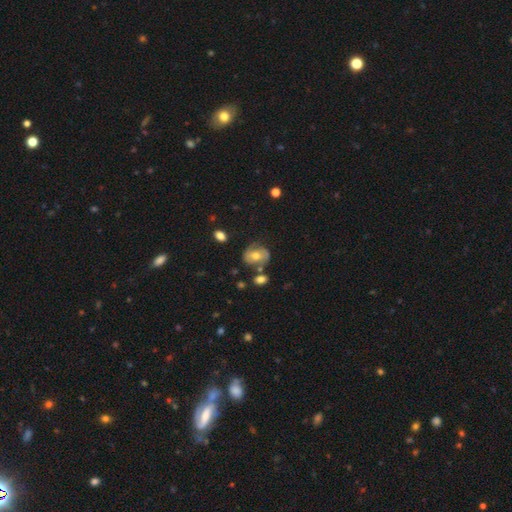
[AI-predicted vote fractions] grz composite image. It shows a featured or disk galaxy (48%). Merging: none (61%).